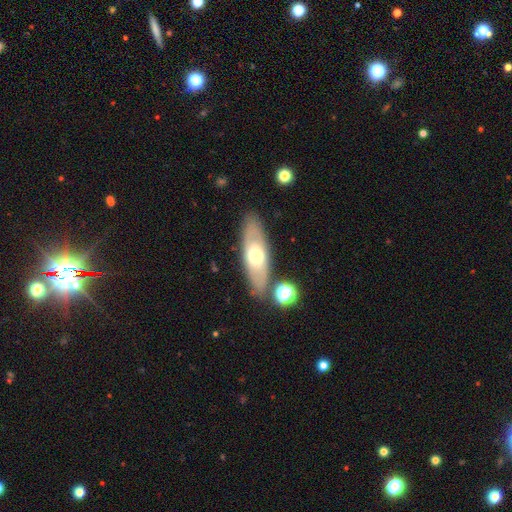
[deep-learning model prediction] The model was most divided on "smooth or featured": smooth: 49%, featured or disk: 45%, star or artifact: 7%. More confident: merging — none (81%).